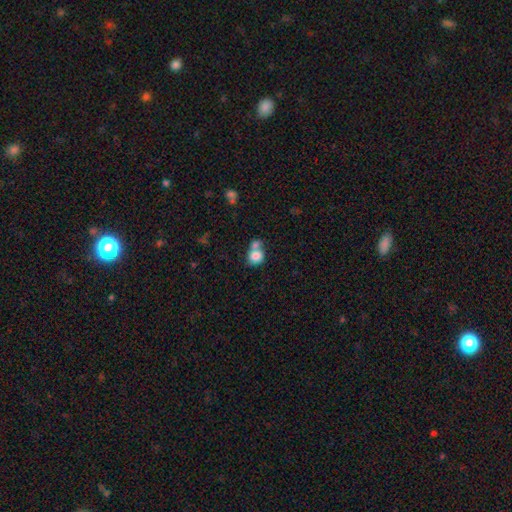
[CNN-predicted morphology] A smooth galaxy with no disk features (82%) that is round (72%). Merging: merger (49%).